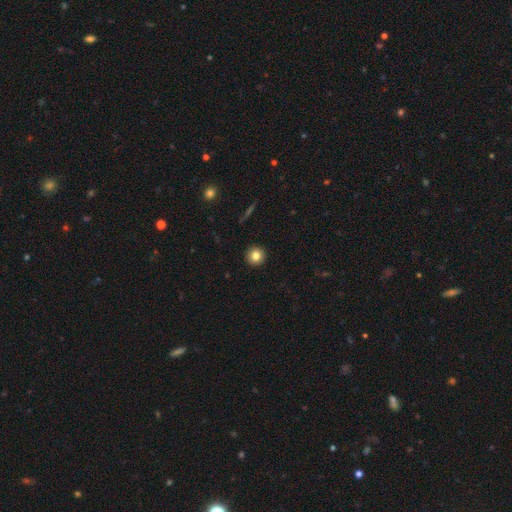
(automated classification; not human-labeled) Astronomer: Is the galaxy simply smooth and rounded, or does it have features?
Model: smooth — 82%.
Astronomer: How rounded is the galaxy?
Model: round — 96%.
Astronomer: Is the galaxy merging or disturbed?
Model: none — 93%.